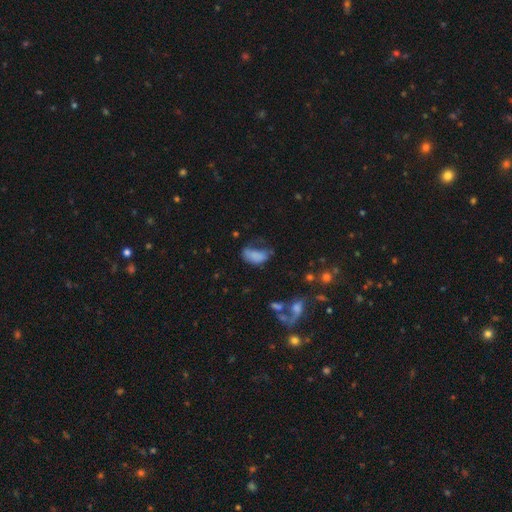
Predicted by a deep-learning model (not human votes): A smooth galaxy with no disk features (70%) that is in between round and cigar-shaped (90%). Merging: major disturbance (40%).